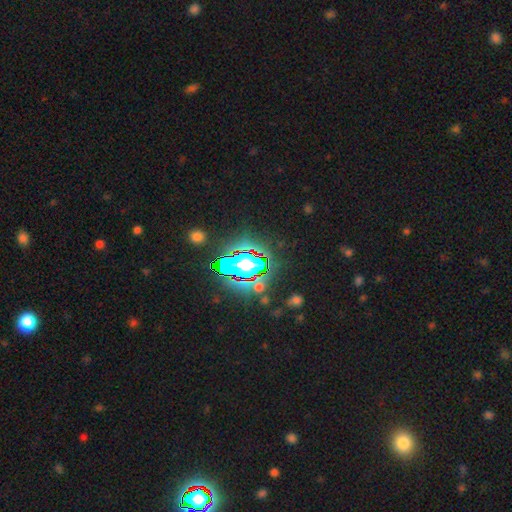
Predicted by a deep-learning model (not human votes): This is clearly a star or artifact rather than a galaxy (82%).